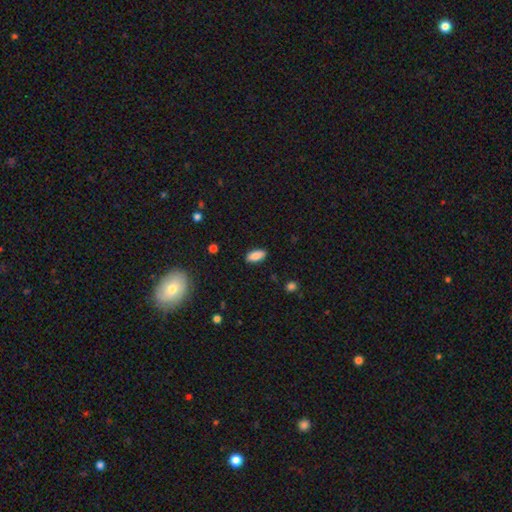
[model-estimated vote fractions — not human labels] Smooth or featured: smooth — 85% (featured or disk — 8%)
How rounded: in between — 89% (cigar-shaped — 9%)
Merging: none — 88% (minor disturbance — 9%)